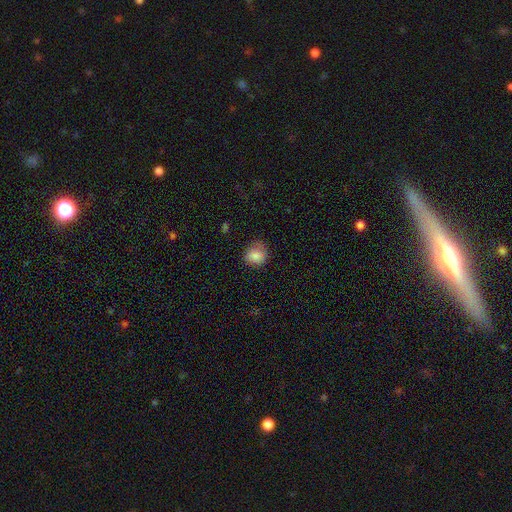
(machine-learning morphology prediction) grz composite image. It shows a smooth galaxy with no disk features (85%) that is round (79%). Merging: none (71%).